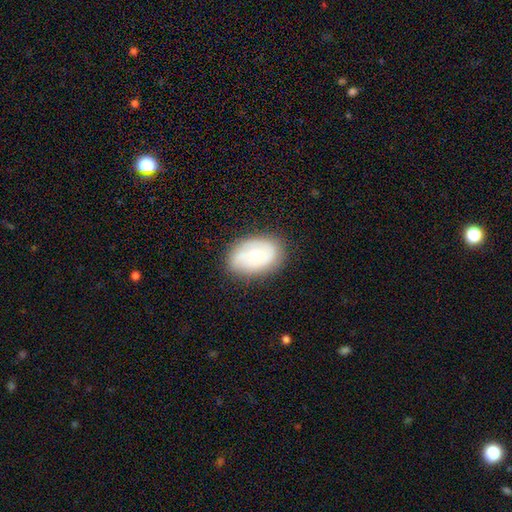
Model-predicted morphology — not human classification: Smooth or featured?
  - smooth: 48% *
  - featured or disk: 44%
  - star or artifact: 8%
Merging?
  - none: 78% *
  - minor disturbance: 16%
  - major disturbance: 5%
  - merger: 1%